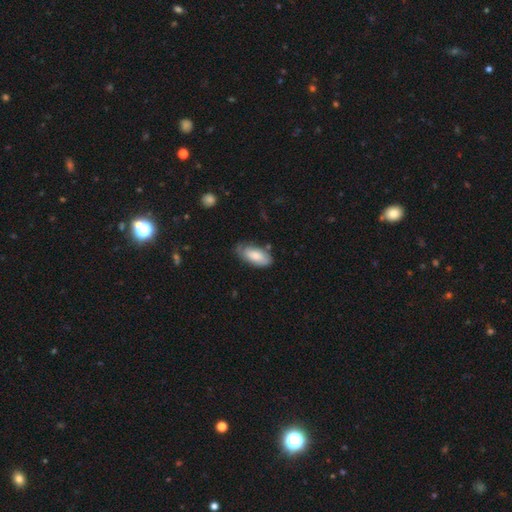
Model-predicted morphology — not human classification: The model was most divided on "merging": none: 60%, minor disturbance: 30%, major disturbance: 8%, merger: 3%. More confident: how rounded — in between (90%); smooth or featured — smooth (75%).